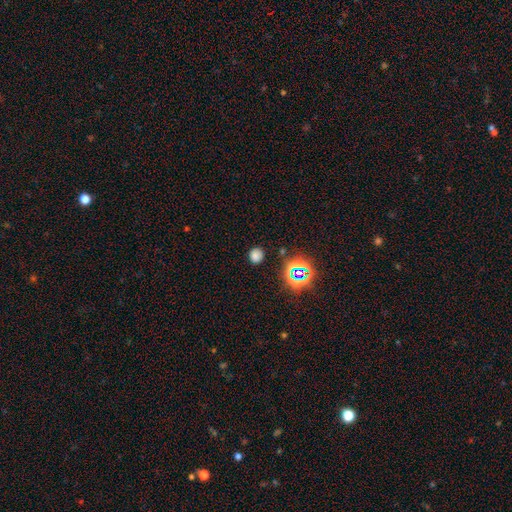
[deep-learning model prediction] Smooth or featured? smooth (69%)
How rounded? round (82%)
Merging? none (86%)